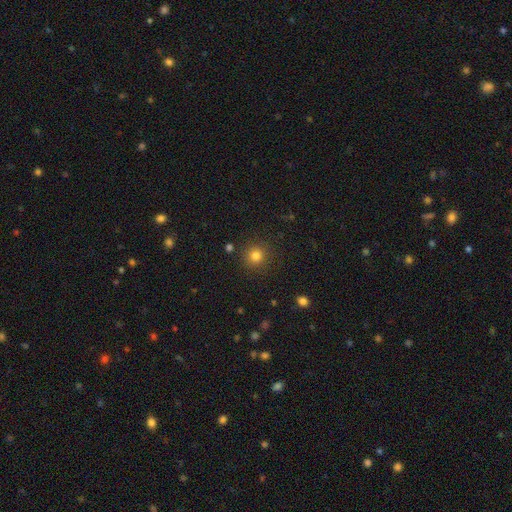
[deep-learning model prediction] This is clearly a smooth galaxy (81%). How rounded: clearly round (94%). Merging: clearly none (89%).